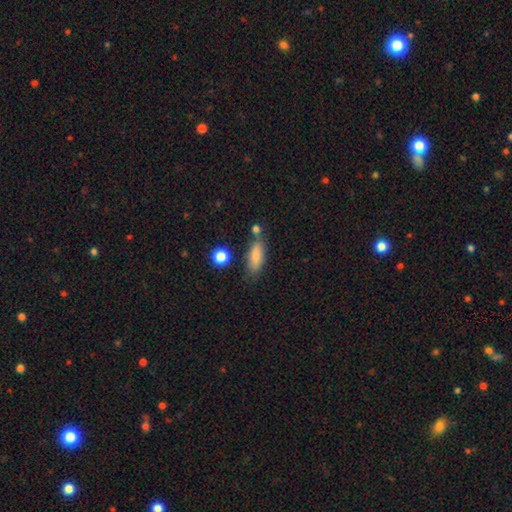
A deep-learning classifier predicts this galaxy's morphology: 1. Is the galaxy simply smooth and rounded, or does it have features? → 82% smooth, 10% featured or disk, 8% star or artifact.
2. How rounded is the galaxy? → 67% in between, 29% cigar-shaped, 4% round.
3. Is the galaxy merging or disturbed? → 67% none, 18% minor disturbance, 11% merger, 5% major disturbance.